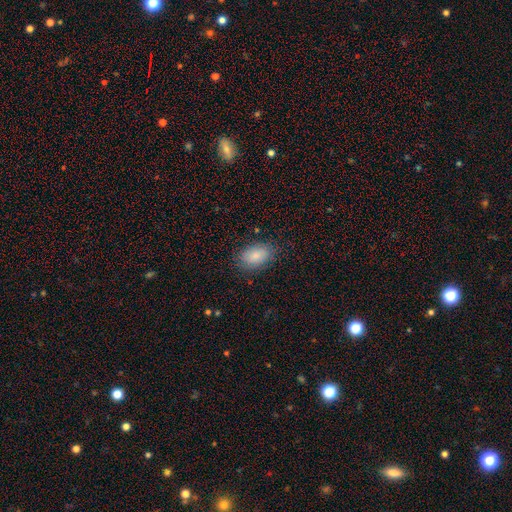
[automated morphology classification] smooth-or-featured: smooth: 84% | featured or disk: 9% | star or artifact: 7%
  how-rounded: in between: 91% | round: 7% | cigar-shaped: 2%
  merging: none: 81% | minor disturbance: 14% | major disturbance: 4% | merger: 1%